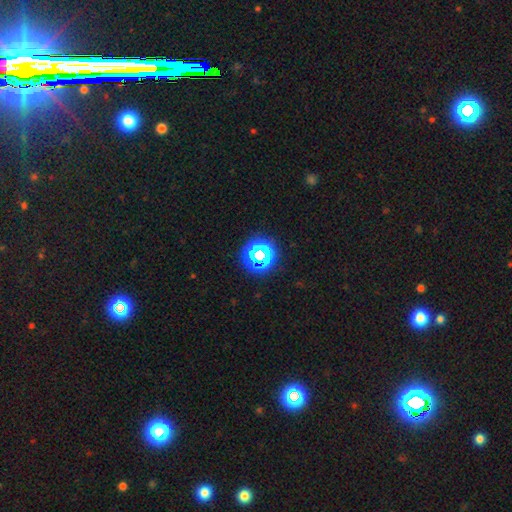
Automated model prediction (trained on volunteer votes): Smooth or featured? star or artifact (63%)